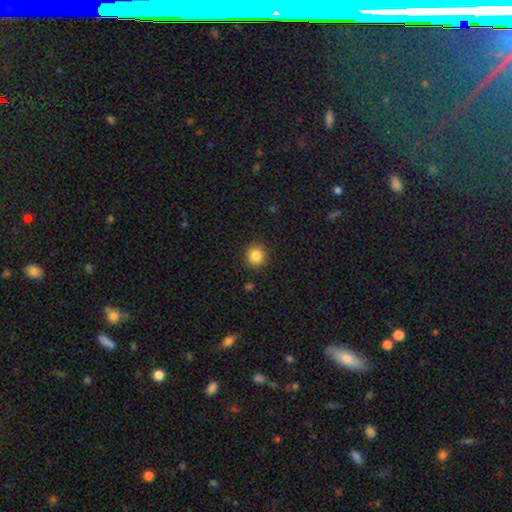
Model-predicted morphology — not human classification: Smooth or featured: smooth — 85% (star or artifact — 10%)
How rounded: round — 87% (in between — 12%)
Merging: none — 89% (minor disturbance — 7%)